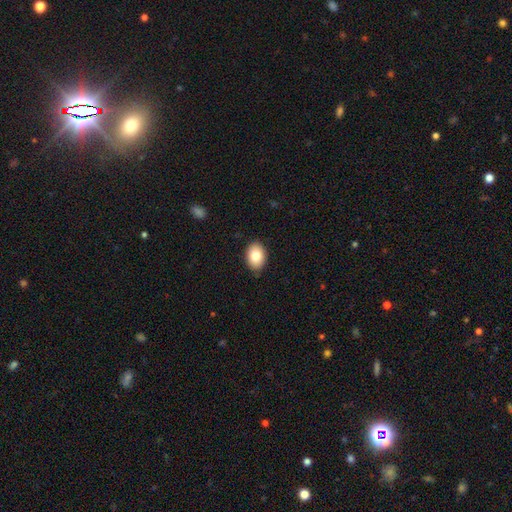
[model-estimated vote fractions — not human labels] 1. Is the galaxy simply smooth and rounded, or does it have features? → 81% smooth, 11% featured or disk, 8% star or artifact.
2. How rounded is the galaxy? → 79% in between, 20% round, 1% cigar-shaped.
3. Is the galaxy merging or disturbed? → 87% none, 10% minor disturbance, 2% major disturbance, 1% merger.